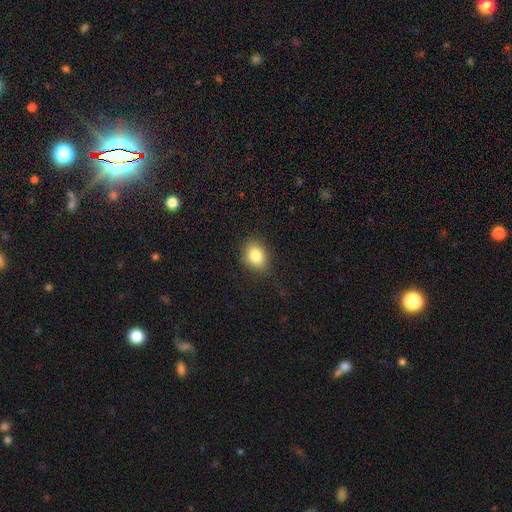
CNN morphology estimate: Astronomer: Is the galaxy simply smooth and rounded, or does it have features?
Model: smooth — 83%.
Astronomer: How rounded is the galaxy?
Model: in between — 57% (runner-up: round, 42%).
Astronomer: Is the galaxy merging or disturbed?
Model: none — 79%.